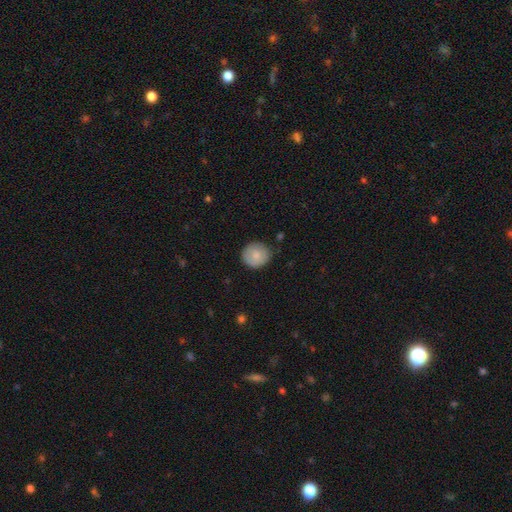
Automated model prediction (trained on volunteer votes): smooth-or-featured: smooth: 80% | featured or disk: 13% | star or artifact: 7%
  how-rounded: round: 88% | in between: 11% | cigar-shaped: 1%
  merging: none: 81% | minor disturbance: 15% | major disturbance: 3% | merger: 1%